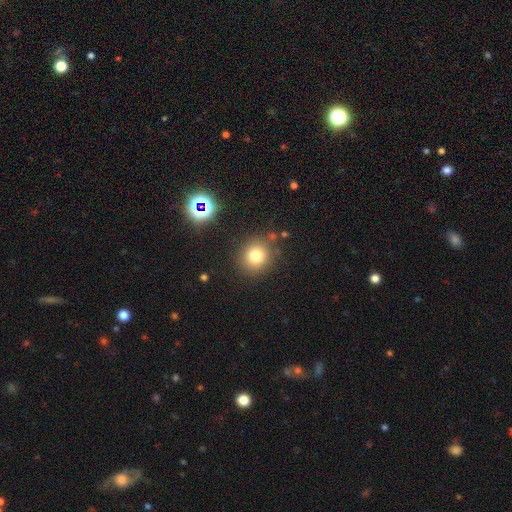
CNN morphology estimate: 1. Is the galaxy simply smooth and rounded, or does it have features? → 78% smooth, 14% star or artifact, 8% featured or disk.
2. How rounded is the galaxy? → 85% round, 14% in between, 1% cigar-shaped.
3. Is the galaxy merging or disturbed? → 82% none, 10% minor disturbance, 4% merger, 4% major disturbance.